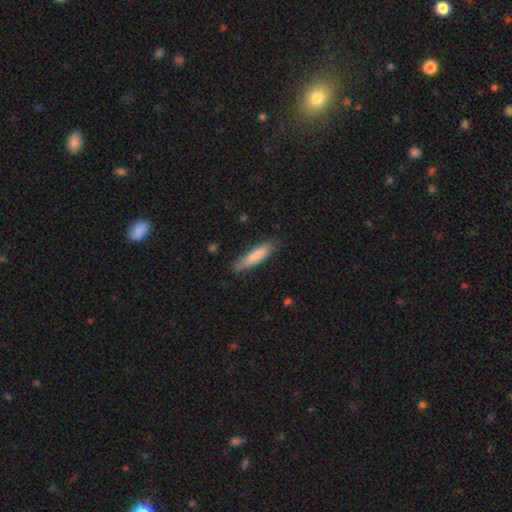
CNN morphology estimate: A smooth galaxy with no disk features (81%) that is cigar-shaped (78%).

Vote fractions:
- Smooth or featured? smooth: 81% / featured or disk: 13% / star or artifact: 6%
- How rounded? cigar-shaped: 78% / in between: 20% / round: 1%
- Merging? none: 78% / minor disturbance: 18% / major disturbance: 3% / merger: 2%